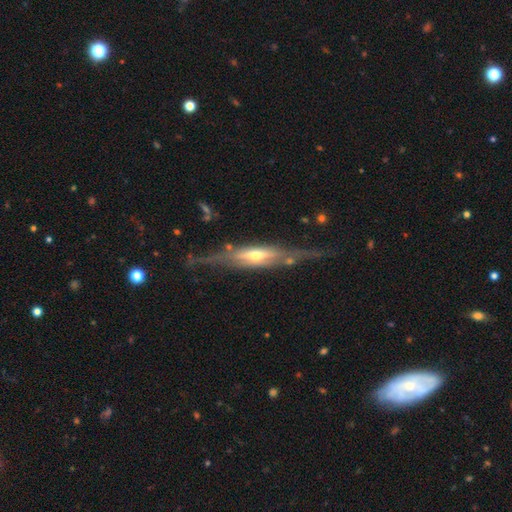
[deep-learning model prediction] smooth-or-featured: featured or disk: 83% | smooth: 13% | star or artifact: 5%
  disk-edge-on: yes: 90% | no: 10%
    edge-on-bulge: rounded: 75% | boxy: 17% | none: 8%
  merging: none: 65% | minor disturbance: 20% | major disturbance: 11% | merger: 4%